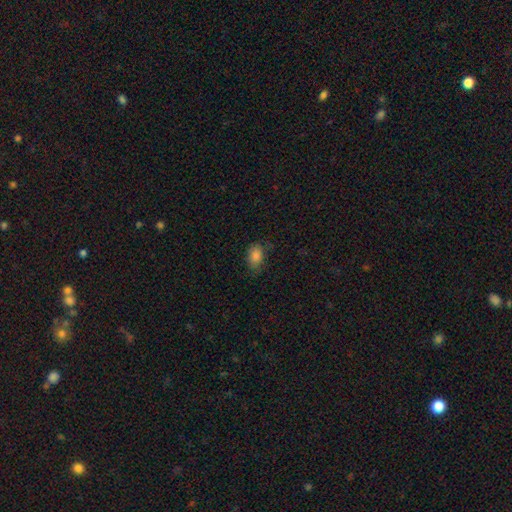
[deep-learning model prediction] A smooth galaxy with no disk features (84%) that is in between round and cigar-shaped (82%). Merging: none (71%).